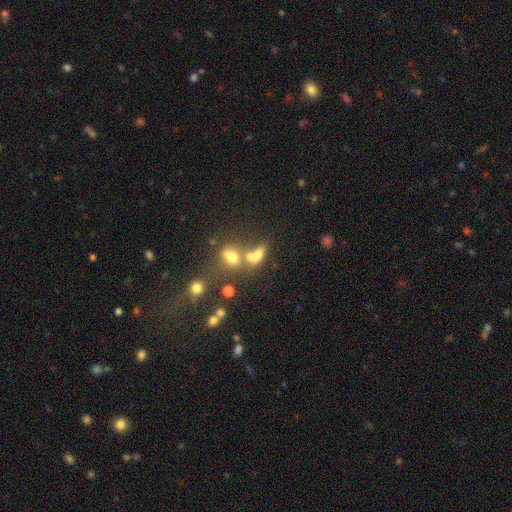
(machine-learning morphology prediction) Smooth or featured? smooth (66%)
How rounded? in between (65%)
Merging? merger (49%)